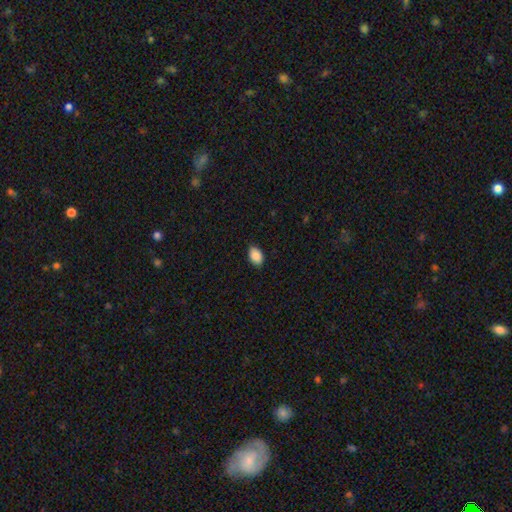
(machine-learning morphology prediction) smooth_or_featured: smooth (p=0.89) [alt: star or artifact p=0.07]
how_rounded: in between (p=0.88) [alt: round p=0.11]
merging: none (p=0.83) [alt: minor disturbance p=0.14]